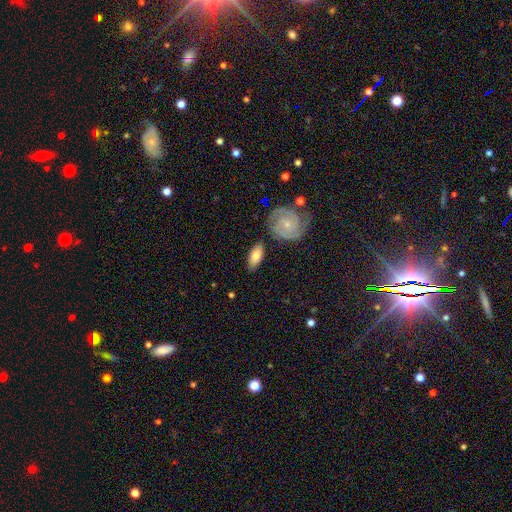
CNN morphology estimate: Smooth or featured? Predicted: smooth (p=0.66). How rounded? Predicted: in between (p=0.83). Merging? Predicted: none (p=0.77).